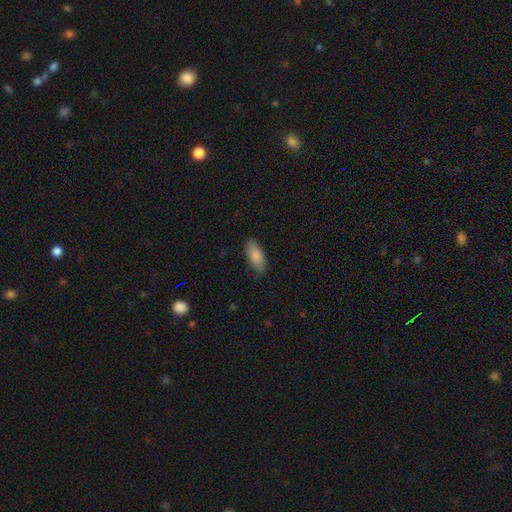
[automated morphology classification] smooth-or-featured: smooth: 86% | featured or disk: 8% | star or artifact: 6%
  how-rounded: in between: 87% | cigar-shaped: 12% | round: 2%
  merging: none: 84% | minor disturbance: 13% | major disturbance: 2% | merger: 1%